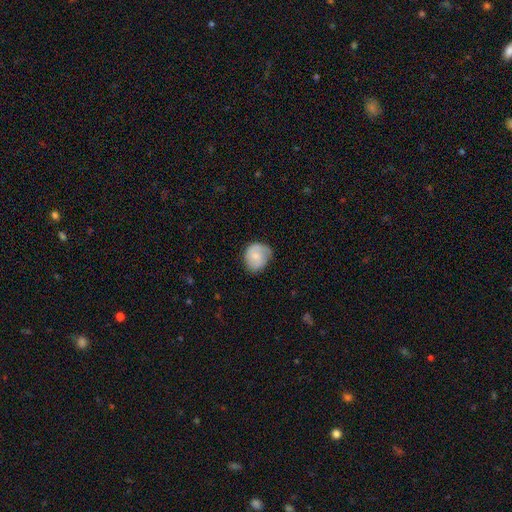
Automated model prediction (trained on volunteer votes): Morphology: type=smooth (60%); roundness=round (69%); merging=none (58%).